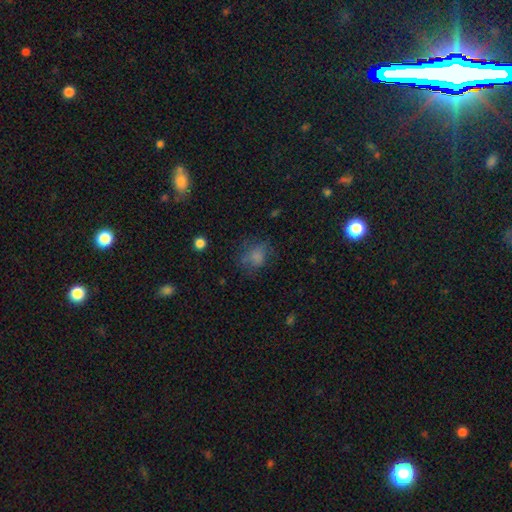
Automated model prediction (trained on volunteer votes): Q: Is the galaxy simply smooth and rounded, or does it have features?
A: smooth — 72%.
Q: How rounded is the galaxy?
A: round — 56%.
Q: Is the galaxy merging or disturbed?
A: none — 56%.